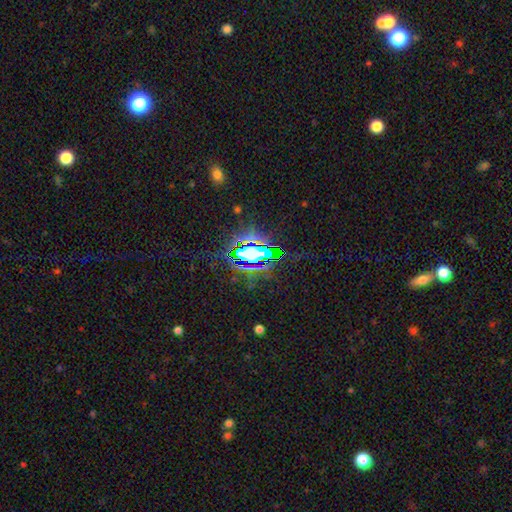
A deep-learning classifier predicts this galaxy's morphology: This is likely a star or artifact rather than a galaxy (70%).